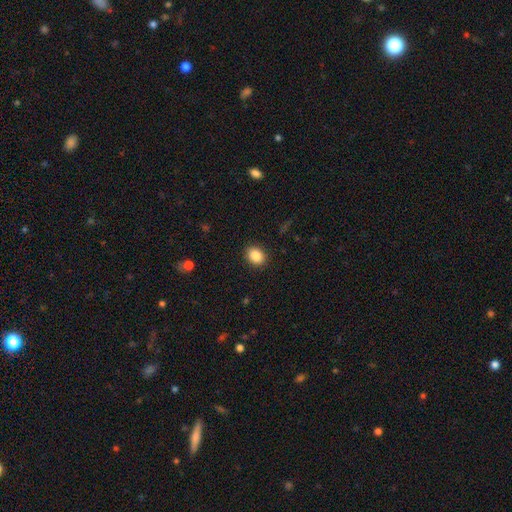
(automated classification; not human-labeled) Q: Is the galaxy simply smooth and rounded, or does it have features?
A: smooth — 87%.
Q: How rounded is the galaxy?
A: in between — 54%.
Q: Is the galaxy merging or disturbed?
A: none — 90%.